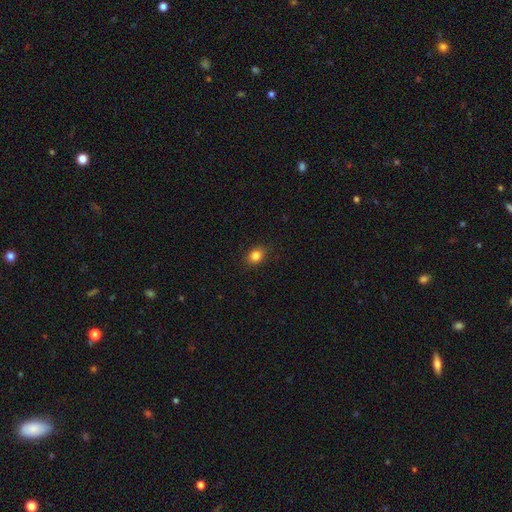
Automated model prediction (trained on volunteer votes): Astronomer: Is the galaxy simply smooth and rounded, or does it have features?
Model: smooth — 84%.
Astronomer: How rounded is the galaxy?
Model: in between — 54% (runner-up: round, 44%).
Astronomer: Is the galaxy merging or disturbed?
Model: none — 87%.